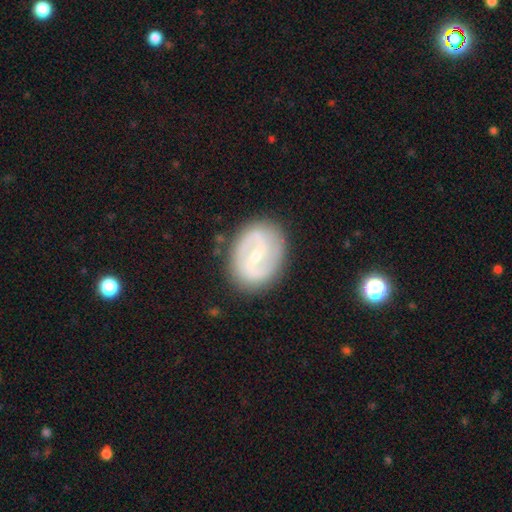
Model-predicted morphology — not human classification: type=featured or disk (80%); edge-on=no (97%); bar=weak (45%); spiral arms=yes (88%); winding=medium (45%); arm count=2 (89%); bulge=small (72%); merging=none (84%).